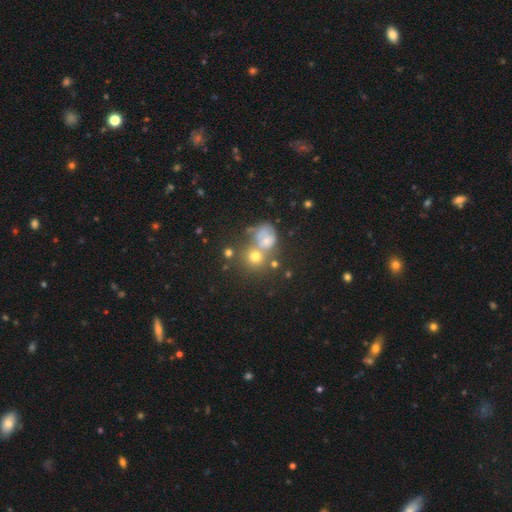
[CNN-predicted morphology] smooth_or_featured: smooth (p=0.55) [alt: star or artifact p=0.23]
how_rounded: round (p=0.78) [alt: in between p=0.21]
merging: none (p=0.44) [alt: merger p=0.38]